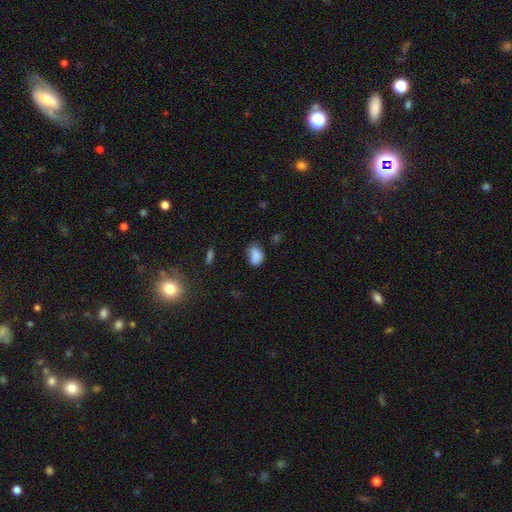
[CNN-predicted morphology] smooth 83%, star or artifact 10%, featured or disk 7%. Down the decision tree: how rounded — in between (81%); merging — none (53%).